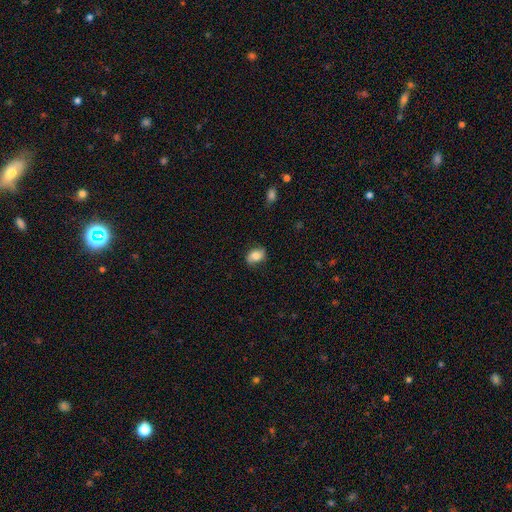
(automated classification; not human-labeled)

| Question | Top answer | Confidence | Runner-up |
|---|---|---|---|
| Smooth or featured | smooth | 73% | featured or disk (18%) |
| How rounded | in between | 75% | round (24%) |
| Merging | none | 76% | minor disturbance (18%) |